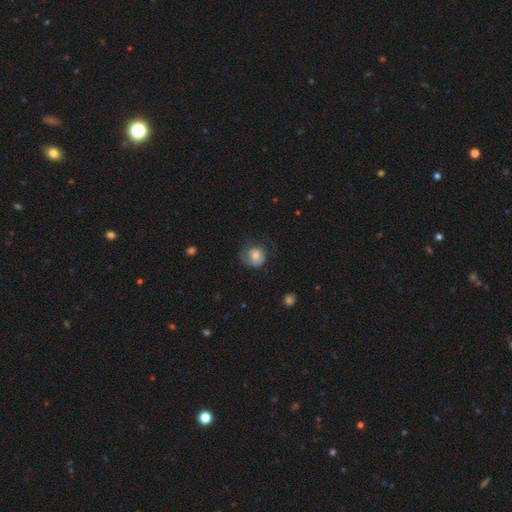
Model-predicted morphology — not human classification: smooth-or-featured: smooth: 76% | featured or disk: 16% | star or artifact: 8%
  how-rounded: round: 80% | in between: 19% | cigar-shaped: 1%
  merging: none: 50% | minor disturbance: 27% | major disturbance: 21% | merger: 1%